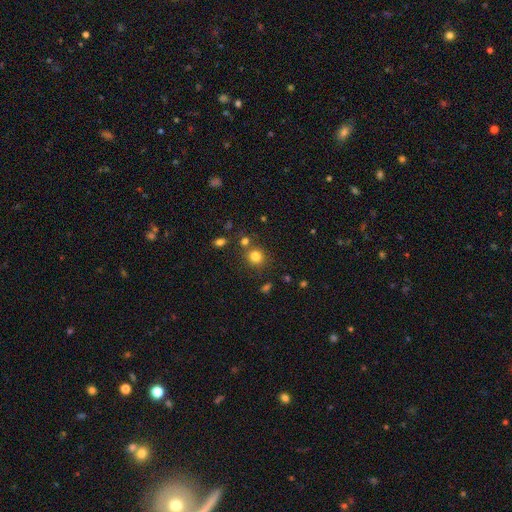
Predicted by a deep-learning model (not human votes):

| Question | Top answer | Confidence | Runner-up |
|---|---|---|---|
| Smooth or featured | smooth | 81% | star or artifact (13%) |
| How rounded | round | 86% | in between (13%) |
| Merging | none | 76% | merger (11%) |